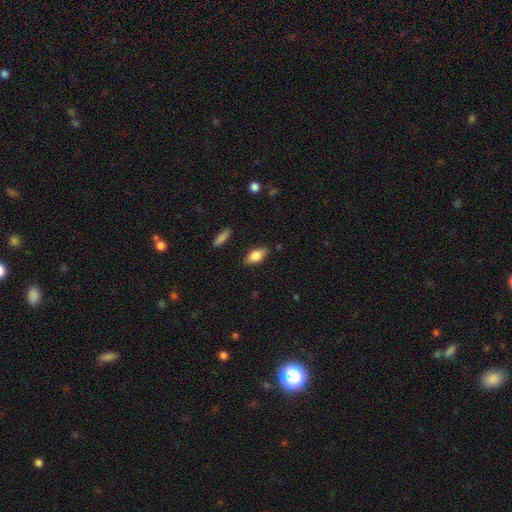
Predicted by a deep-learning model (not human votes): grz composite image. It shows a smooth galaxy with no disk features (74%) that is in between round and cigar-shaped (85%). Merging: none (84%).